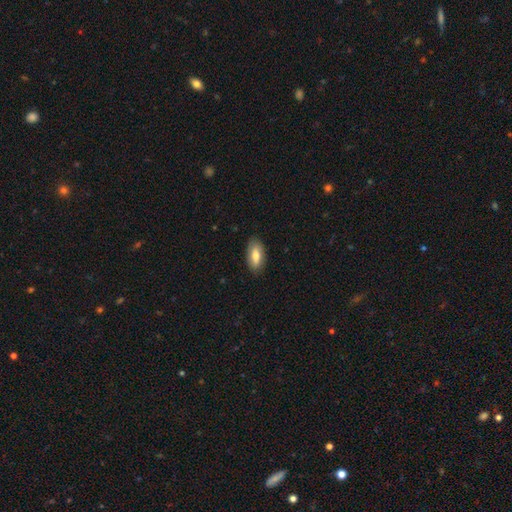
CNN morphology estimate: Smooth or featured?
  - smooth: 72% *
  - featured or disk: 22%
  - star or artifact: 6%
How rounded?
  - in between: 89% *
  - cigar-shaped: 8%
  - round: 3%
Merging?
  - none: 85% *
  - minor disturbance: 11%
  - major disturbance: 2%
  - merger: 1%